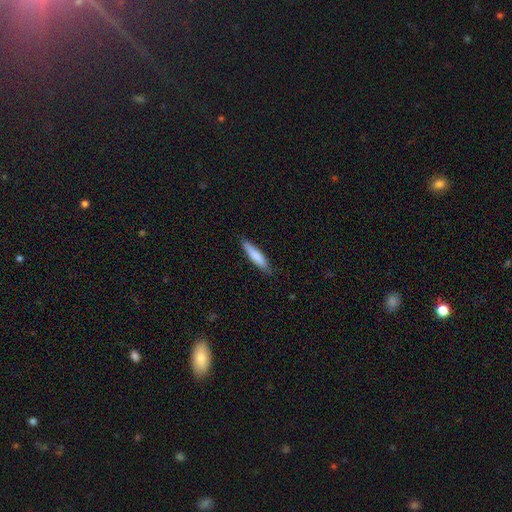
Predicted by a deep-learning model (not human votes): The model was most divided on "smooth or featured": smooth: 79%, featured or disk: 15%, star or artifact: 5%. More confident: merging — none (84%); how rounded — cigar-shaped (81%).